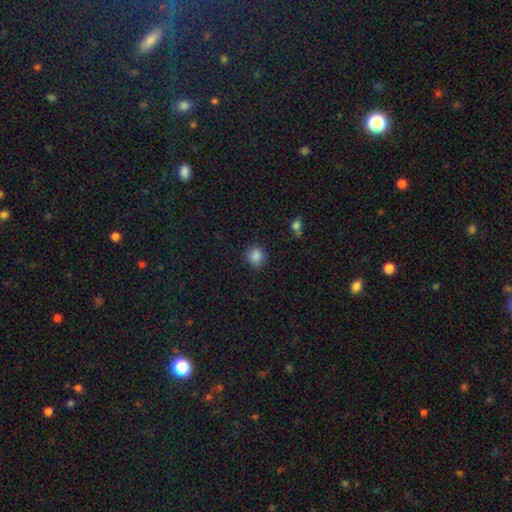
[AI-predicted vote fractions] The model was most divided on "how rounded": round: 82%, in between: 17%, cigar-shaped: 1%. More confident: merging — none (86%); smooth or featured — smooth (85%).